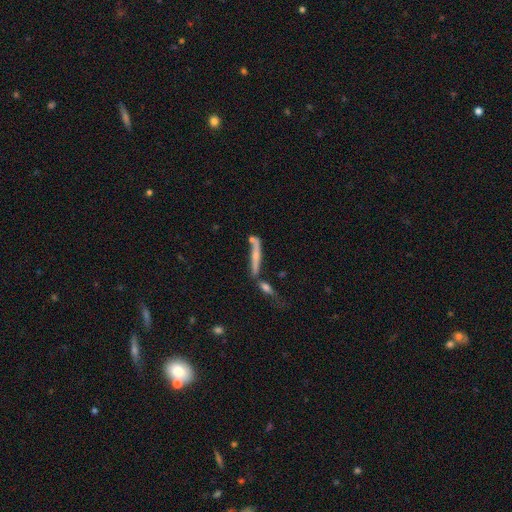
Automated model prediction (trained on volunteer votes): This is possibly a featured or disk galaxy (53%). It is clearly viewed edge-on (88%). Merging: possibly none (52%).